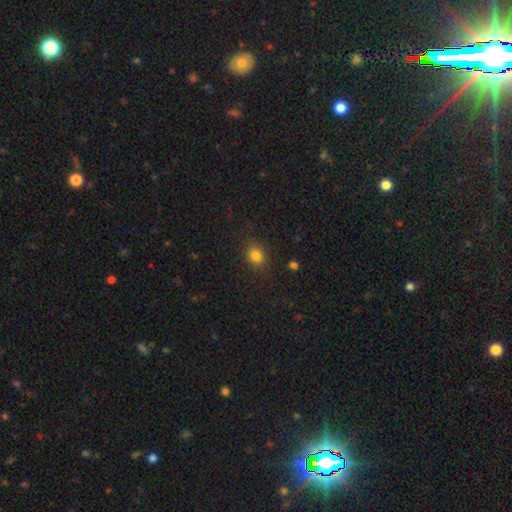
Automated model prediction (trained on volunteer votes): Q: Smooth or featured?
A: smooth (82%); runner-up: star or artifact (13%)
Q: How rounded?
A: round (53%); runner-up: in between (46%)
Q: Merging?
A: none (84%); runner-up: minor disturbance (11%)